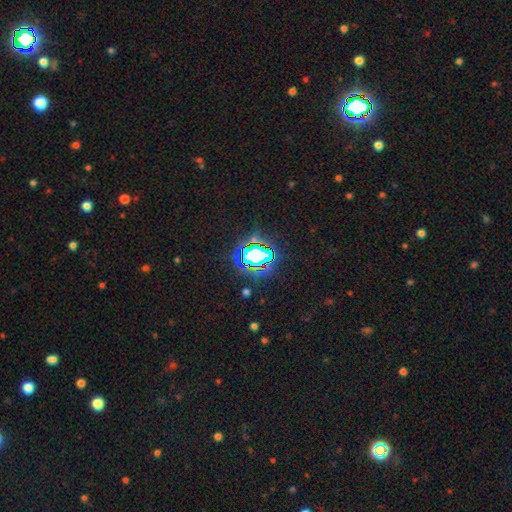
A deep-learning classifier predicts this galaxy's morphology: Overall: star or artifact (69%).